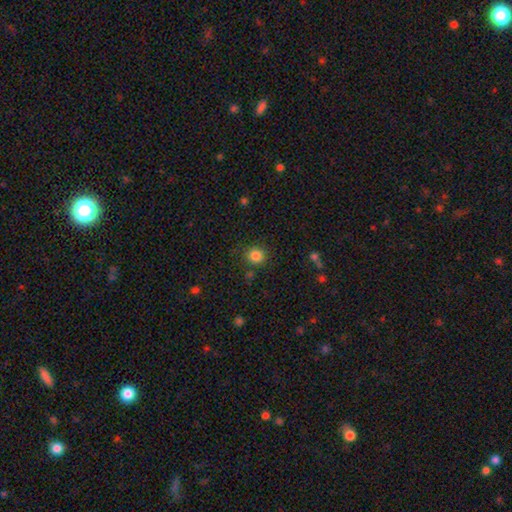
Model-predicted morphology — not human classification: This appears to be a smooth galaxy with no disk features (84%) that is round (89%). Merging: none (87%).